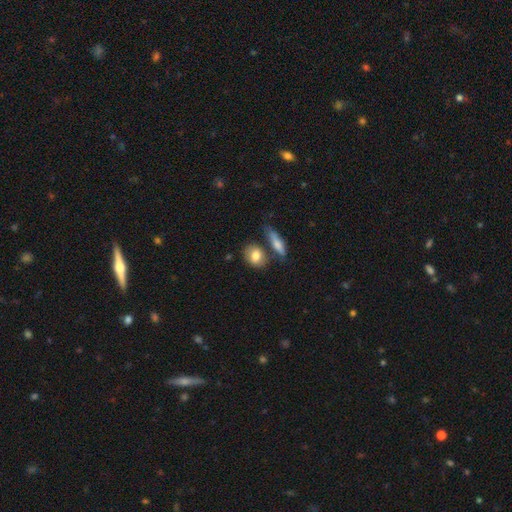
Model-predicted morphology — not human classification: This appears to be a smooth galaxy with no disk features (80%) that is in between round and cigar-shaped (56%). Merging: none (61%).